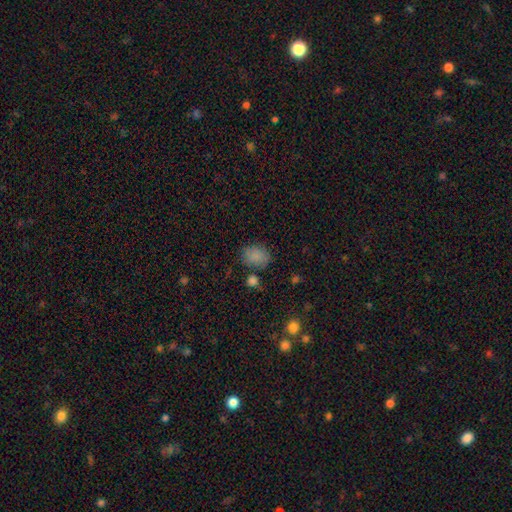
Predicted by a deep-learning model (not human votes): This appears to be a smooth galaxy with no disk features (82%) that is in between round and cigar-shaped (55%). Merging: none (70%).